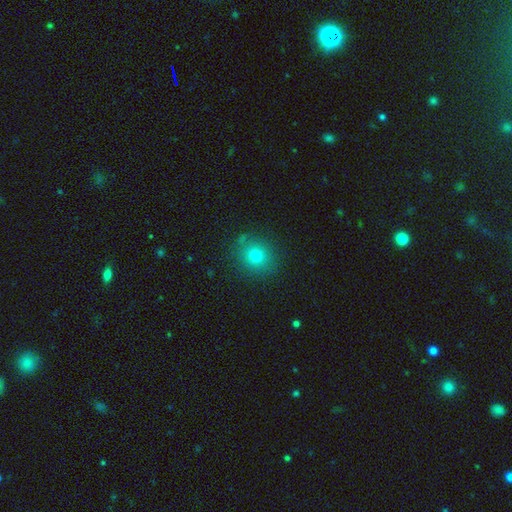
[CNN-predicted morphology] Smooth or featured? Predicted: smooth (p=0.75). How rounded? Predicted: round (p=0.83). Merging? Predicted: none (p=0.85).